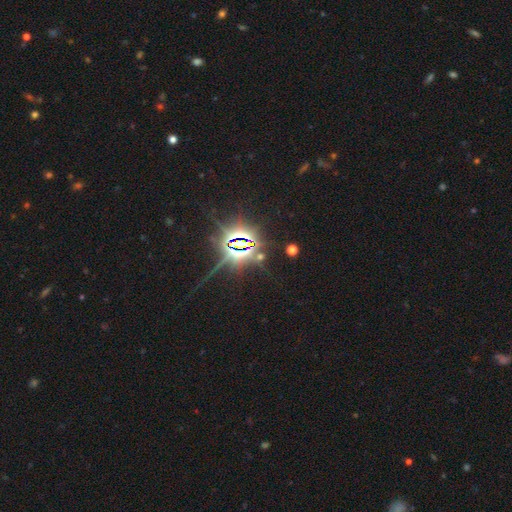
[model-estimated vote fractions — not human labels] smooth_or_featured: star or artifact (p=0.85) [alt: featured or disk p=0.09]